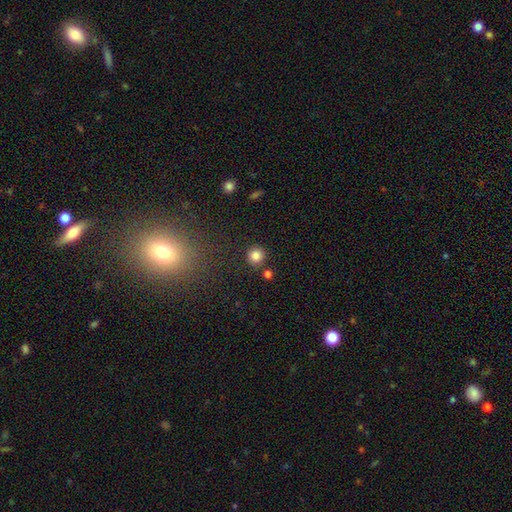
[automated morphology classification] A smooth galaxy with no disk features (83%) that is round (94%).

Vote fractions:
- Smooth or featured? smooth: 83% / star or artifact: 12% / featured or disk: 5%
- How rounded? round: 94% / in between: 5% / cigar-shaped: 1%
- Merging? none: 87% / minor disturbance: 6% / merger: 5% / major disturbance: 2%